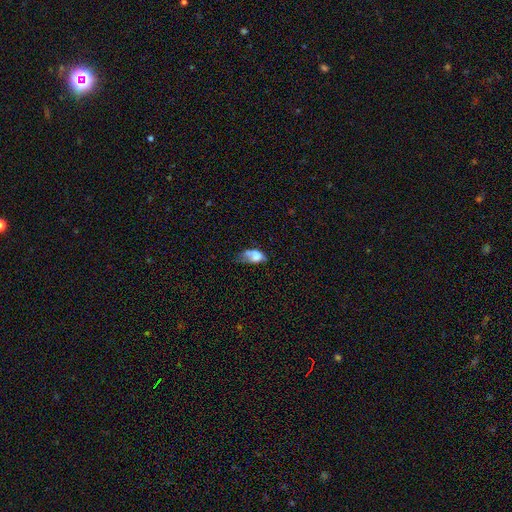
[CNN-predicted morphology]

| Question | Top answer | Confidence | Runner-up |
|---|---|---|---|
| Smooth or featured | smooth | 62% | featured or disk (27%) |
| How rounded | in between | 86% | round (10%) |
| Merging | major disturbance | 40% | minor disturbance (26%) |